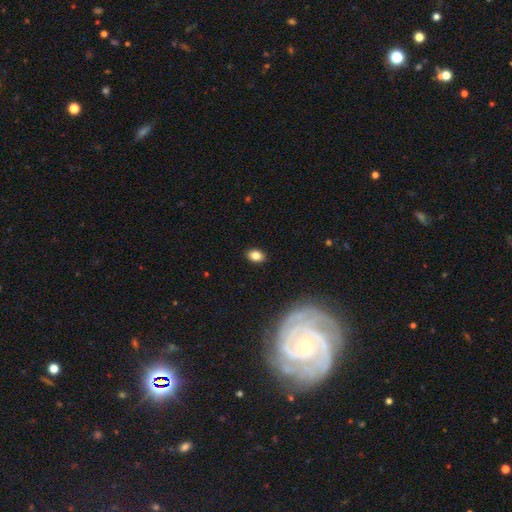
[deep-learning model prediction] This is clearly a smooth galaxy (83%). How rounded: likely in between (80%). Merging: clearly none (89%).